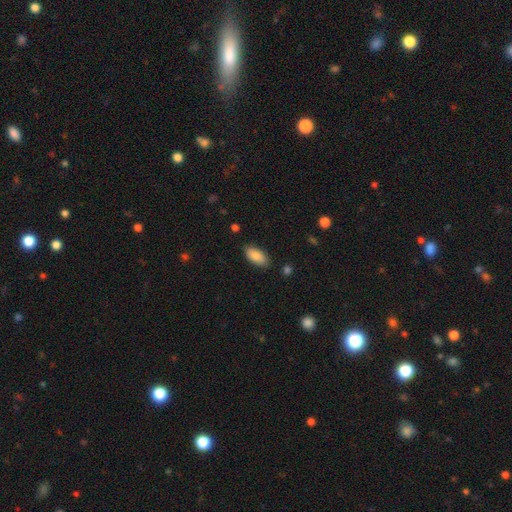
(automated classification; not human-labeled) This is clearly a smooth galaxy (84%). How rounded: clearly in between (91%). Merging: clearly none (84%).